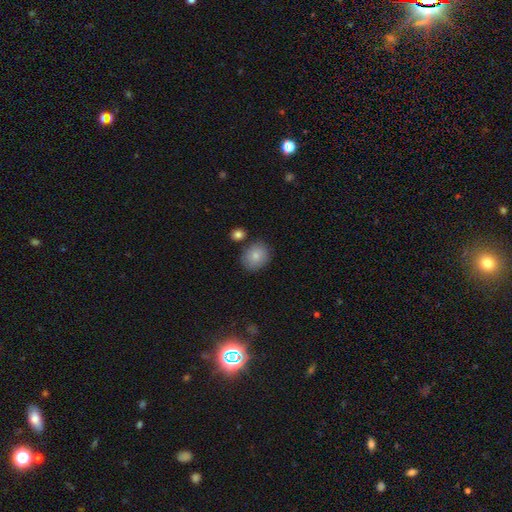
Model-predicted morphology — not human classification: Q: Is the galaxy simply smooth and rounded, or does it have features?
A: smooth — 83%.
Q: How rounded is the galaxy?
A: round — 68%.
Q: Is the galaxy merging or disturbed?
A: none — 78%.